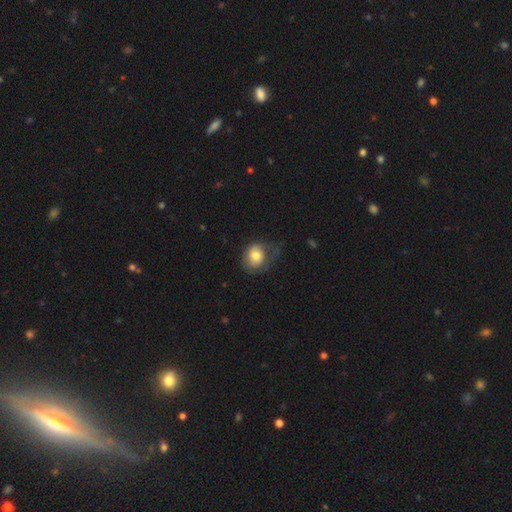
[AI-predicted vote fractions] smooth_or_featured: smooth (p=0.71) [alt: featured or disk p=0.22]
how_rounded: round (p=0.58) [alt: in between p=0.41]
merging: none (p=0.42) [alt: minor disturbance p=0.31]